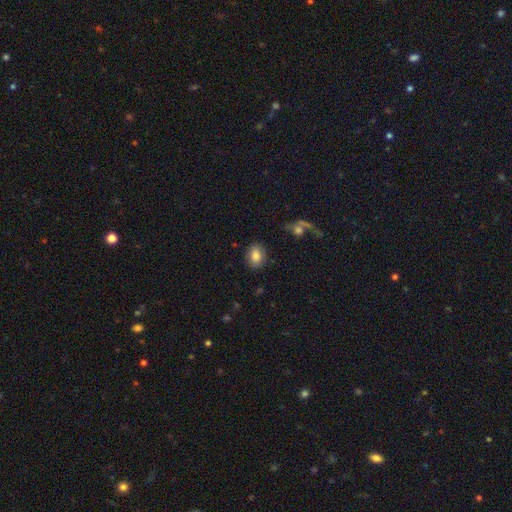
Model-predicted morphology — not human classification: Smooth or featured: smooth — 84% (star or artifact — 8%)
How rounded: in between — 67% (round — 32%)
Merging: none — 86% (minor disturbance — 9%)